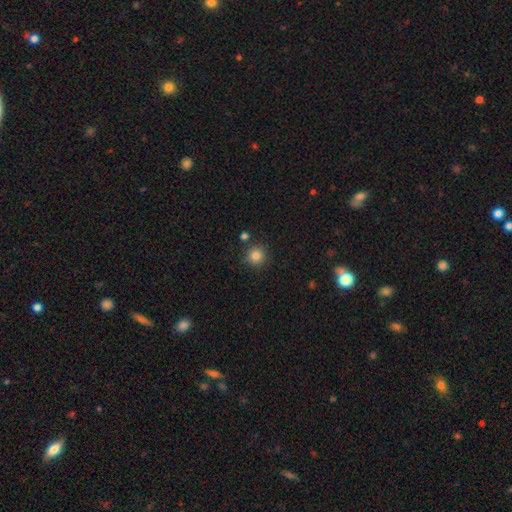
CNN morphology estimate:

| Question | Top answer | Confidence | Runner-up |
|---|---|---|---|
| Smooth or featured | smooth | 82% | star or artifact (12%) |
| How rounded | round | 93% | in between (6%) |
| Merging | none | 85% | minor disturbance (8%) |